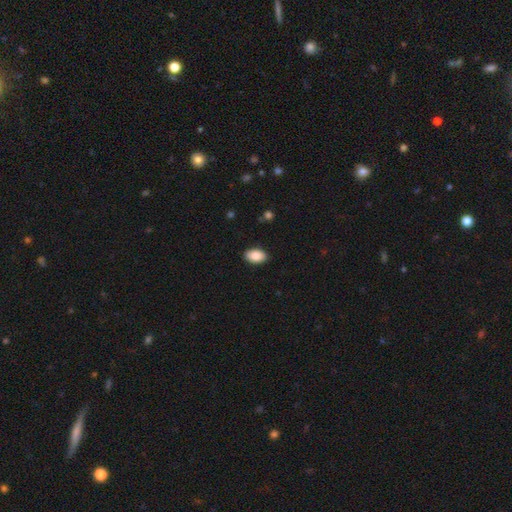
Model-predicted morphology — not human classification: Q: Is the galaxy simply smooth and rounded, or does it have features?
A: smooth — 88%.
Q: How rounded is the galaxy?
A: in between — 94%.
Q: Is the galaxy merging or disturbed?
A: none — 89%.